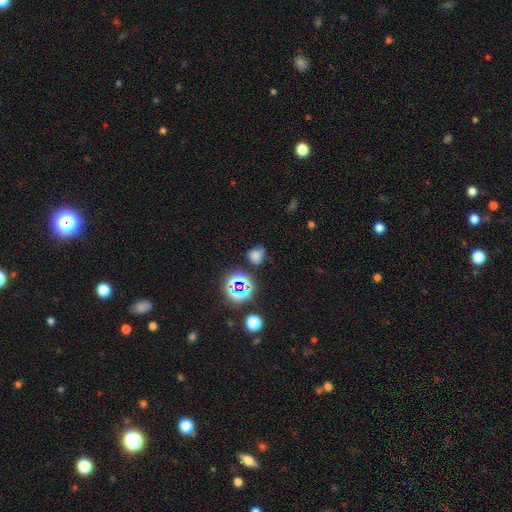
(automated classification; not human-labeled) smooth_or_featured: smooth (p=0.68) [alt: star or artifact p=0.26]
how_rounded: round (p=0.71) [alt: in between p=0.28]
merging: none (p=0.72) [alt: minor disturbance p=0.18]